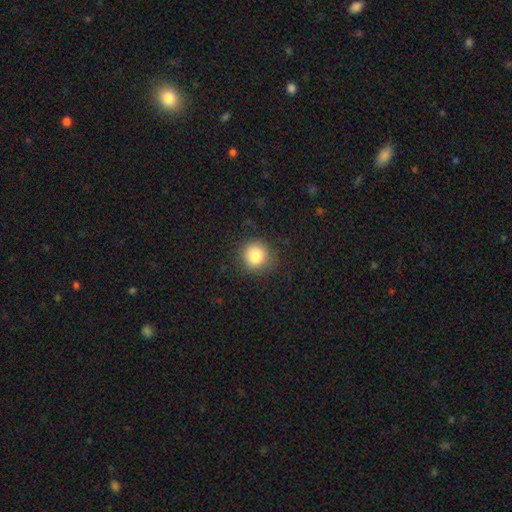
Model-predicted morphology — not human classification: Overall: smooth (84%). How rounded: round (91%). Merging: none (85%).